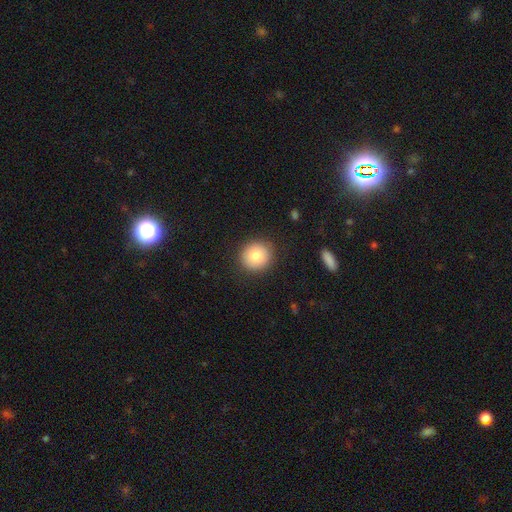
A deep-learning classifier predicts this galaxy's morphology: This appears to be a smooth galaxy with no disk features (81%) that is round (91%). Merging: none (89%).